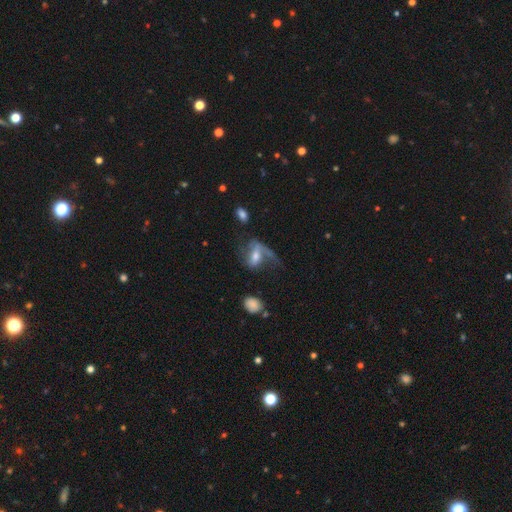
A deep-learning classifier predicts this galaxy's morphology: This appears to be a featured or disk galaxy (64%) with a weak bar (41%), spiral arms (81%) and a moderate central bulge (51%). Merging: major disturbance (49%).